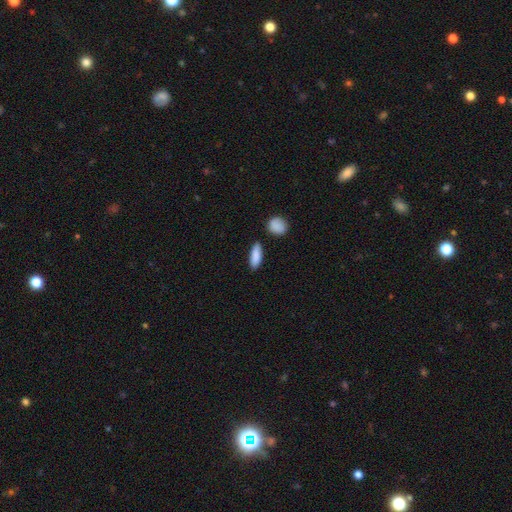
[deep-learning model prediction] This is clearly a smooth galaxy (87%). How rounded: likely in between (61%). Merging: clearly none (82%).